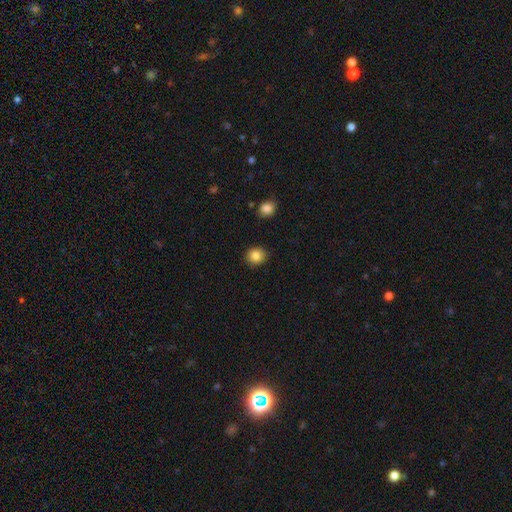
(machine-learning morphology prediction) A smooth galaxy with no disk features (85%) that is round (82%).

Vote fractions:
- Smooth or featured? smooth: 85% / star or artifact: 10% / featured or disk: 5%
- How rounded? round: 82% / in between: 17% / cigar-shaped: 1%
- Merging? none: 89% / minor disturbance: 8% / major disturbance: 2% / merger: 1%